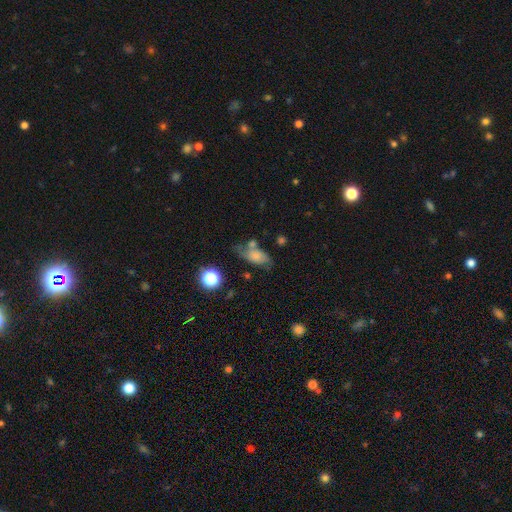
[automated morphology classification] Smooth or featured? smooth (63%)
How rounded? in between (83%)
Merging? none (41%)